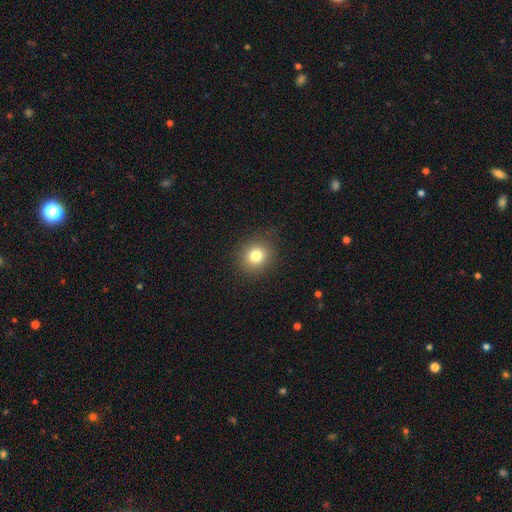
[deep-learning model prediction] The model was most divided on "smooth or featured": smooth: 80%, star or artifact: 12%, featured or disk: 8%. More confident: merging — none (89%); how rounded — round (85%).